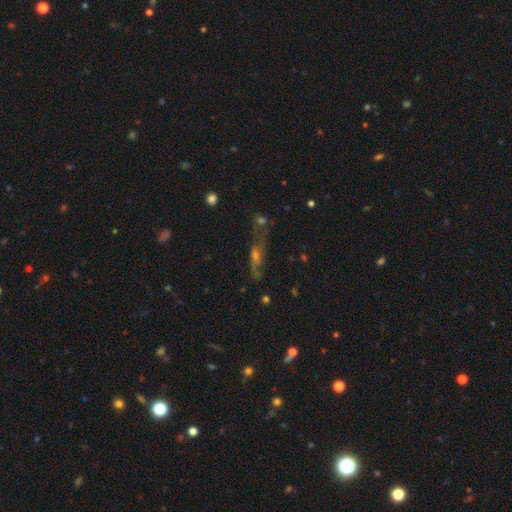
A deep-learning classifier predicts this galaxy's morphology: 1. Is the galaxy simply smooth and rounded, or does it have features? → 43% featured or disk, 33% smooth, 25% star or artifact.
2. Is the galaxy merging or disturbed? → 55% none, 19% minor disturbance, 13% major disturbance, 12% merger.